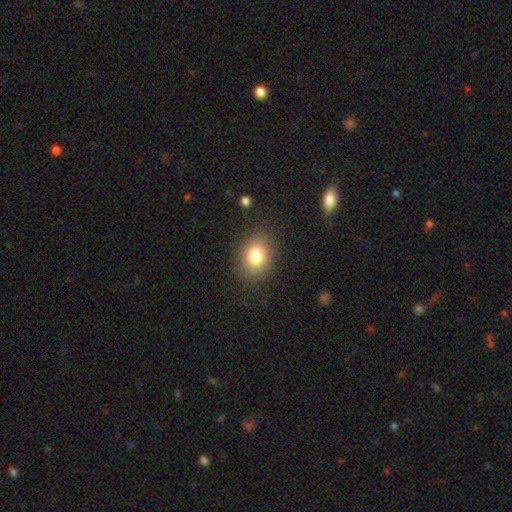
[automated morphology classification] Smooth or featured: smooth — 80% (star or artifact — 11%)
How rounded: in between — 56% (round — 43%)
Merging: none — 85% (minor disturbance — 9%)